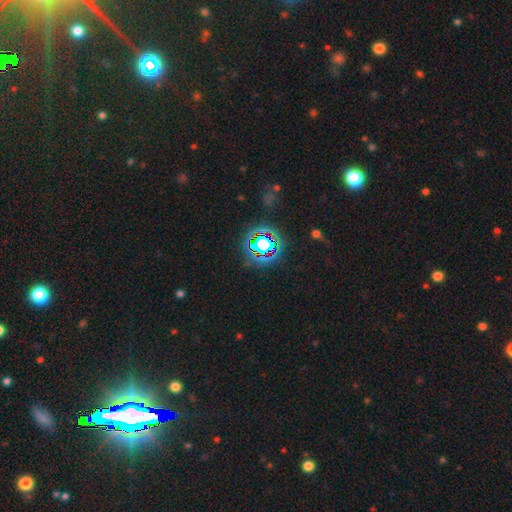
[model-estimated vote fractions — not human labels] The model was most divided on "smooth or featured": star or artifact: 80%, smooth: 12%, featured or disk: 9%.